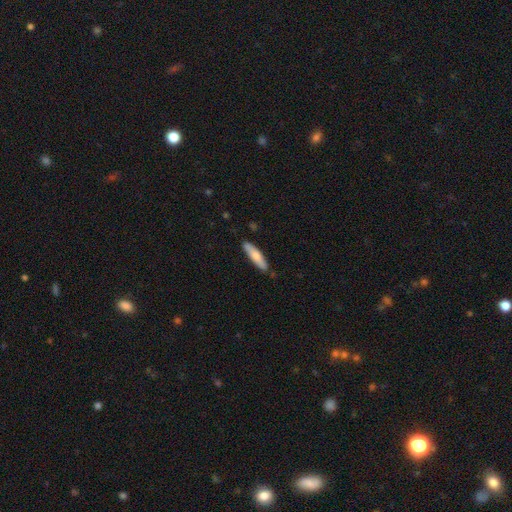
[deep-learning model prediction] A smooth galaxy with no disk features (71%) that is cigar-shaped (76%).

Vote fractions:
- Smooth or featured? smooth: 71% / featured or disk: 24% / star or artifact: 5%
- How rounded? cigar-shaped: 76% / in between: 23% / round: 1%
- Merging? none: 85% / minor disturbance: 12% / major disturbance: 2% / merger: 2%